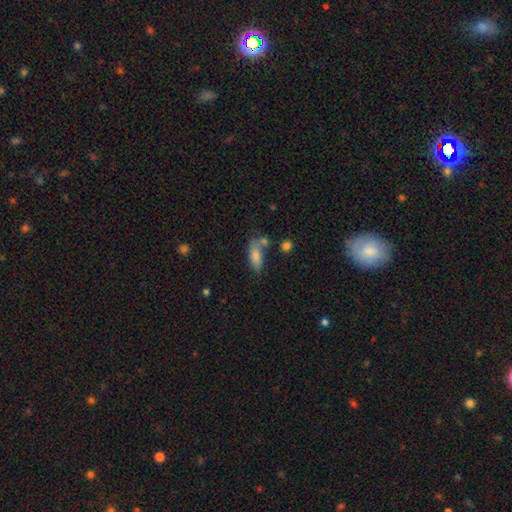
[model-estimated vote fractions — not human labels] smooth 78%, featured or disk 13%, star or artifact 8%. Down the decision tree: how rounded — in between (81%); merging — none (46%).